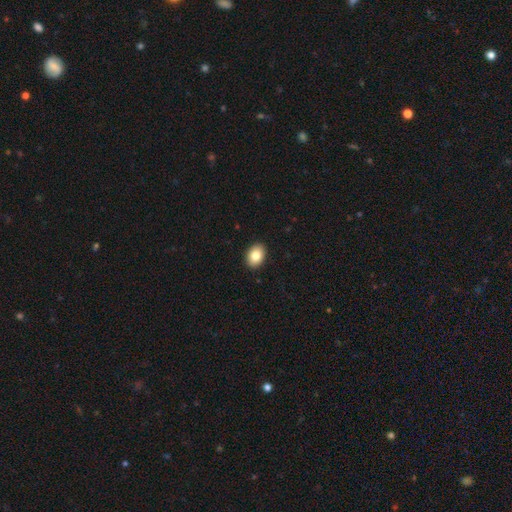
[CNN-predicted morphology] type=smooth (83%); roundness=in between (75%); merging=none (92%).